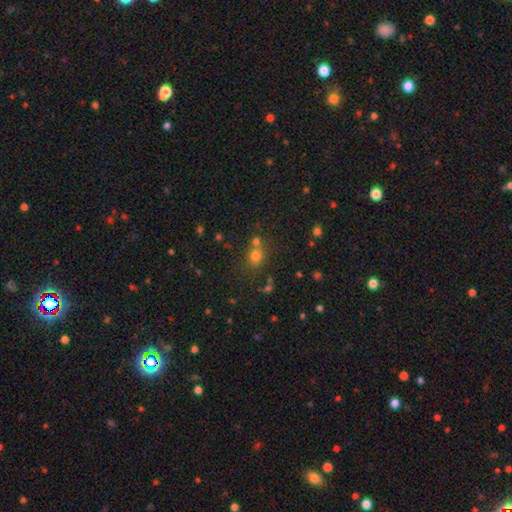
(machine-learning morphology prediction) The model was most divided on "merging": none: 58%, merger: 28%, minor disturbance: 9%, major disturbance: 4%. More confident: how rounded — round (78%); smooth or featured — smooth (73%).